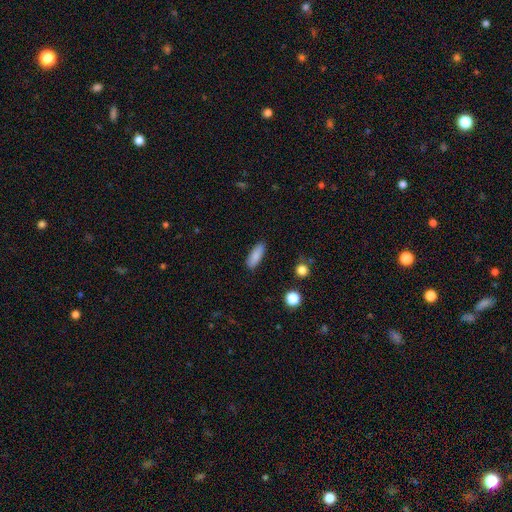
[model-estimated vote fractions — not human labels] The model was most divided on "how rounded": in between: 66%, cigar-shaped: 32%, round: 2%. More confident: merging — none (86%); smooth or featured — smooth (85%).